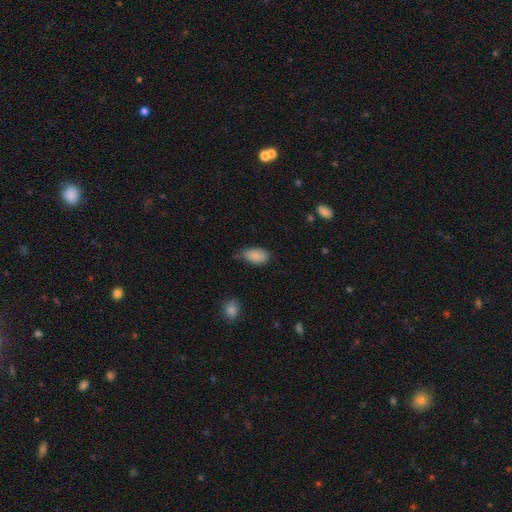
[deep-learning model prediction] A smooth galaxy with no disk features (87%) that is in between round and cigar-shaped (94%). Merging: none (55%).